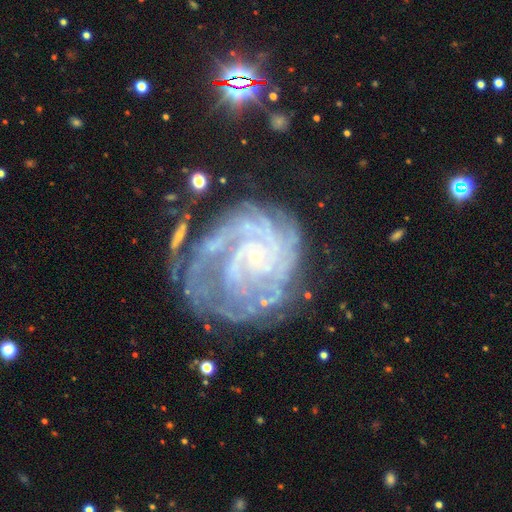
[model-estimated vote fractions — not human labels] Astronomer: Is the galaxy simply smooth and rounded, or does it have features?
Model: featured or disk — 89%.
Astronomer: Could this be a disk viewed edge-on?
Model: no — 98%.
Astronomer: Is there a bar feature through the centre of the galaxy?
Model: no — 72%.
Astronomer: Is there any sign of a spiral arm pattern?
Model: yes — 98%.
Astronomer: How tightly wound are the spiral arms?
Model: tight — 73%.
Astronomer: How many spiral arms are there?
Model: can't tell — 23% (runner-up: 4, 22%).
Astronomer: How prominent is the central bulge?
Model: small — 87%.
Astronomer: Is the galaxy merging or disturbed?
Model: none — 55%.